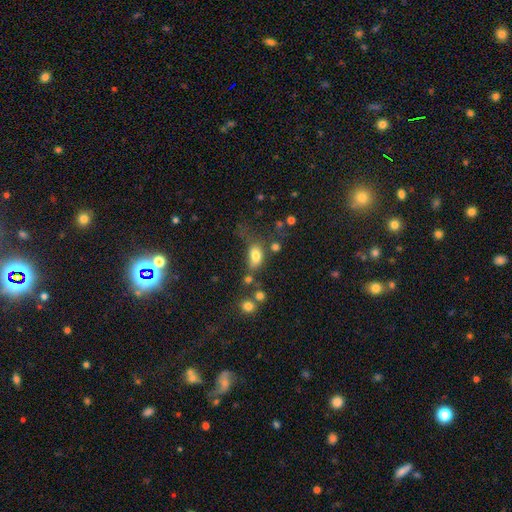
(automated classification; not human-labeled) A smooth galaxy with no disk features (78%) that is in between round and cigar-shaped (82%). Merging: none (41%).